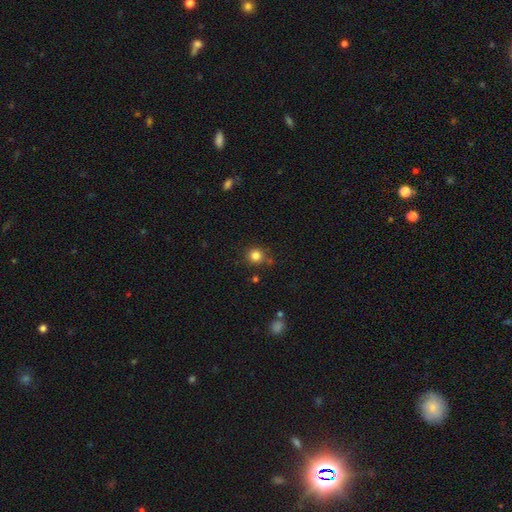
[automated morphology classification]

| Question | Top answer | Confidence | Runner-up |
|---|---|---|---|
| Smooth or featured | smooth | 83% | star or artifact (12%) |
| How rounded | round | 91% | in between (8%) |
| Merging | none | 79% | minor disturbance (11%) |